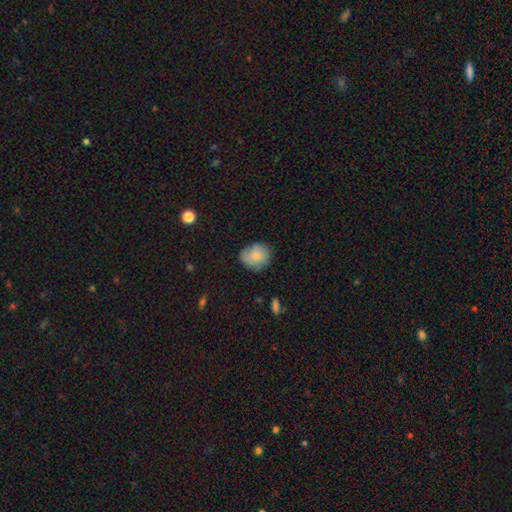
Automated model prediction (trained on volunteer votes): Smooth or featured? smooth (74%)
How rounded? round (64%)
Merging? none (69%)